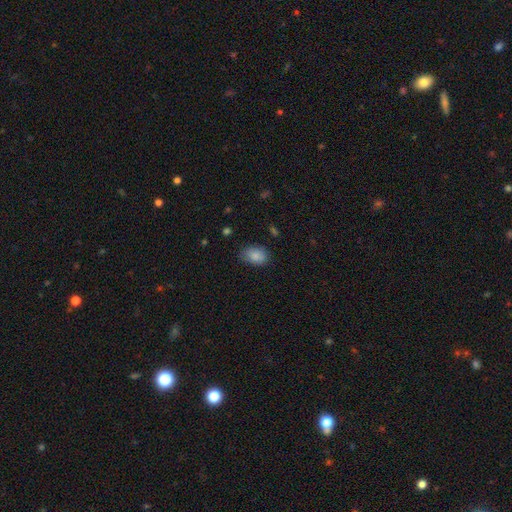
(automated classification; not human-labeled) The model was most divided on "merging": none: 76%, minor disturbance: 19%, major disturbance: 4%, merger: 1%. More confident: smooth or featured — smooth (86%); how rounded — in between (85%).